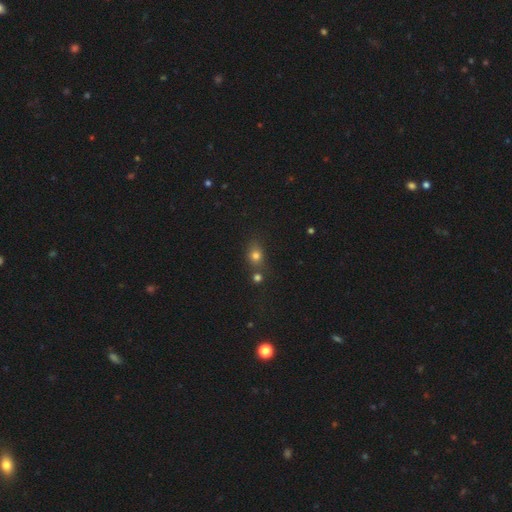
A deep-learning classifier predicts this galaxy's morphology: Q: Smooth or featured?
A: smooth (74%); runner-up: star or artifact (17%)
Q: How rounded?
A: round (55%); runner-up: in between (43%)
Q: Merging?
A: none (59%); runner-up: merger (23%)